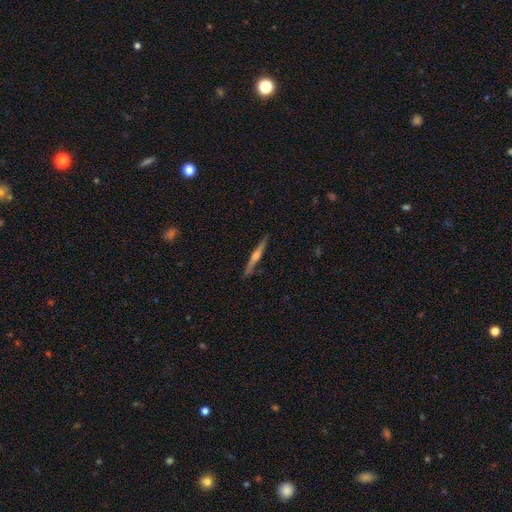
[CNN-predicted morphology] A featured or disk galaxy (70%) viewed edge-on (98%) with a rounded central bulge (79%).

Vote fractions:
- Smooth or featured? featured or disk: 70% / smooth: 24% / star or artifact: 6%
- Edge-on disk? yes: 98% / no: 2%
- Edge-on bulge? rounded: 79% / none: 11% / boxy: 10%
- Merging? none: 88% / minor disturbance: 9% / major disturbance: 2% / merger: 1%